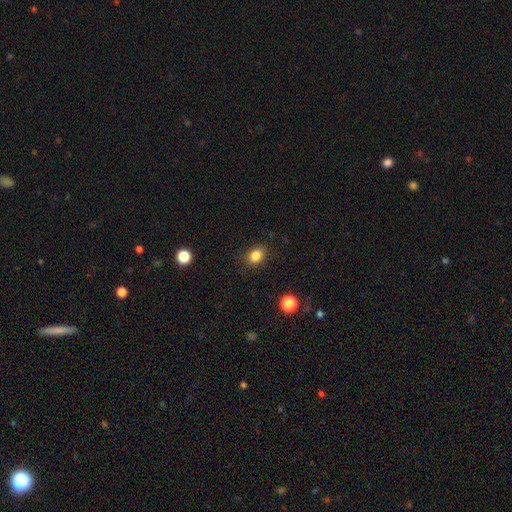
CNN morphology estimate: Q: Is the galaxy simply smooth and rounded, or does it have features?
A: smooth — 85%.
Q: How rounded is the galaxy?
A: in between — 61%.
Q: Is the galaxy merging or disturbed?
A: none — 86%.